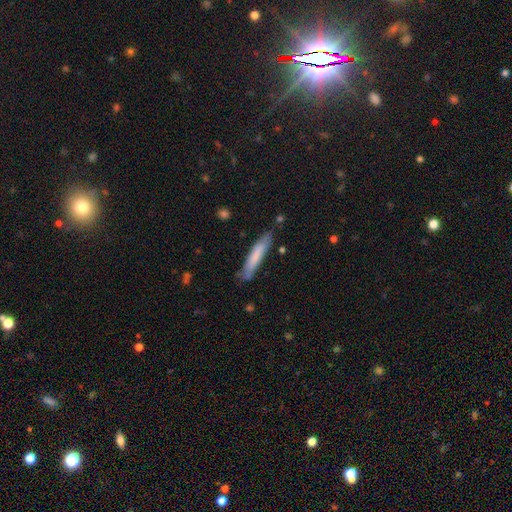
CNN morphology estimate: smooth-or-featured: smooth: 73% | featured or disk: 21% | star or artifact: 6%
  how-rounded: cigar-shaped: 89% | in between: 10% | round: 1%
  merging: none: 79% | minor disturbance: 16% | major disturbance: 3% | merger: 2%